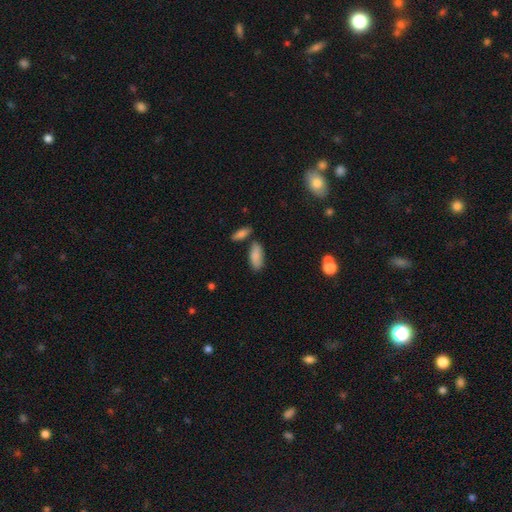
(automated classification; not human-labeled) This appears to be a smooth galaxy with no disk features (85%) that is in between round and cigar-shaped (83%). Merging: none (69%).